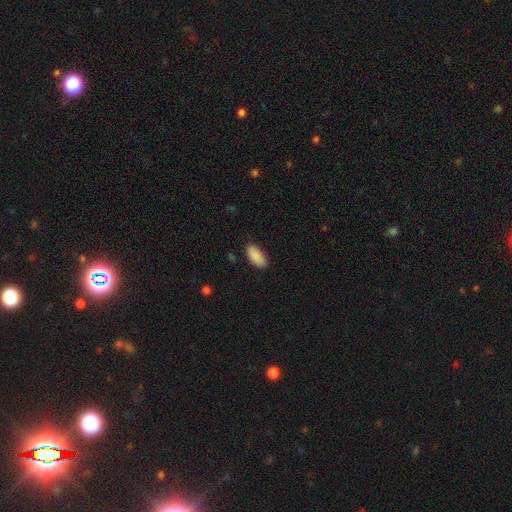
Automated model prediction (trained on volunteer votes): Overall: smooth (90%). How rounded: in between (91%). Merging: none (86%).